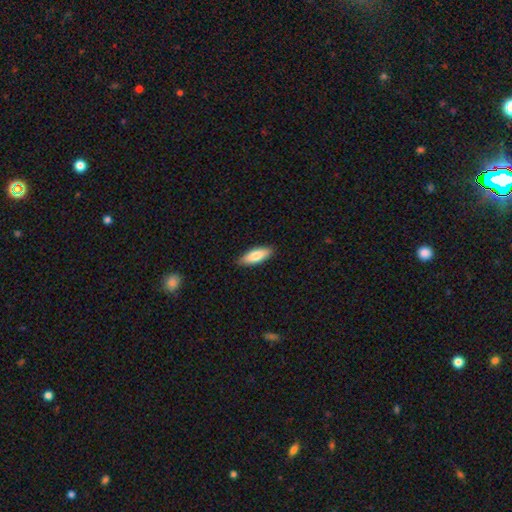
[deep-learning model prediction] A smooth galaxy with no disk features (79%) that is in between round and cigar-shaped (65%).

Vote fractions:
- Smooth or featured? smooth: 79% / featured or disk: 16% / star or artifact: 6%
- How rounded? in between: 65% / cigar-shaped: 33% / round: 2%
- Merging? none: 88% / minor disturbance: 9% / major disturbance: 2% / merger: 1%